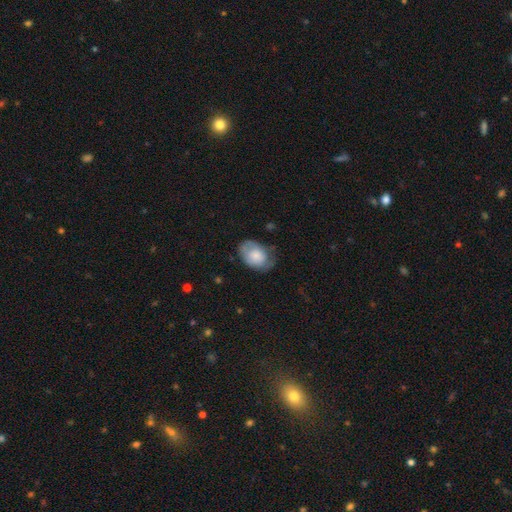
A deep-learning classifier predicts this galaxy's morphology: Q: Smooth or featured?
A: smooth (68%); runner-up: featured or disk (25%)
Q: How rounded?
A: in between (79%); runner-up: round (20%)
Q: Merging?
A: none (53%); runner-up: minor disturbance (32%)